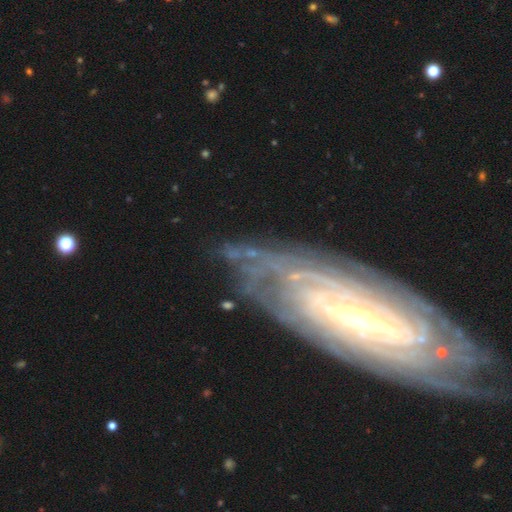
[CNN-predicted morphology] Smooth or featured?
  - featured or disk: 84% *
  - smooth: 8%
  - star or artifact: 8%
Edge-on disk?
  - no: 86% *
  - yes: 14%
Bar?
  - no: 38% *
  - weak: 34%
  - strong: 28%
Spiral arms?
  - yes: 94% *
  - no: 6%
Spiral winding?
  - tight: 76% *
  - medium: 19%
  - loose: 5%
Spiral arm count?
  - can't tell: 44% *
  - 2: 13%
  - more than 4: 13%
  - 4: 12%
  - 3: 10%
  - 1: 6%
Bulge size?
  - small: 76% *
  - moderate: 18%
  - none: 2%
  - large: 2%
  - dominant: 1%
Merging?
  - none: 75% *
  - minor disturbance: 16%
  - major disturbance: 7%
  - merger: 2%